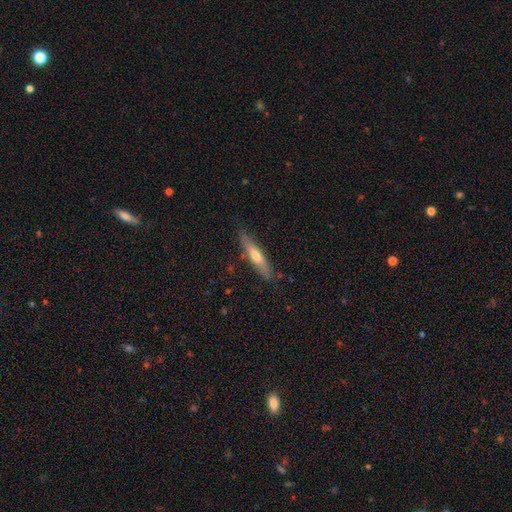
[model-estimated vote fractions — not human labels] smooth_or_featured: smooth (p=0.52) [alt: featured or disk p=0.43]
how_rounded: cigar-shaped (p=0.85) [alt: in between p=0.14]
merging: none (p=0.82) [alt: minor disturbance p=0.14]